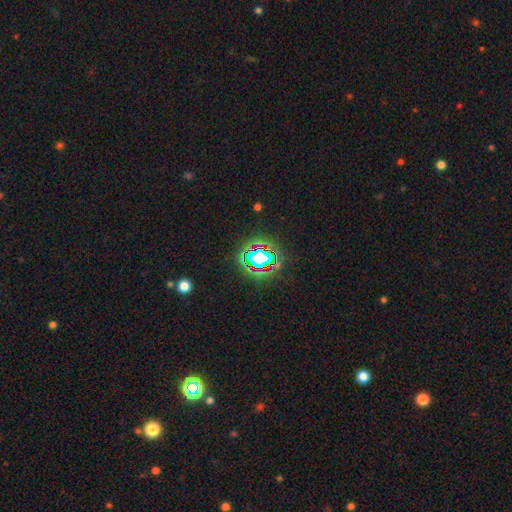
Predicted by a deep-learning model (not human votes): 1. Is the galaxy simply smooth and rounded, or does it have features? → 68% star or artifact, 19% smooth, 13% featured or disk.